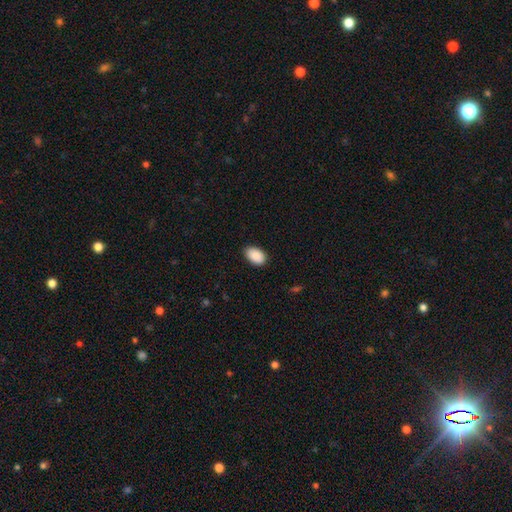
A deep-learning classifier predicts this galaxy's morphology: Smooth or featured: smooth — 91% (star or artifact — 7%)
How rounded: in between — 91% (round — 8%)
Merging: none — 85% (minor disturbance — 11%)